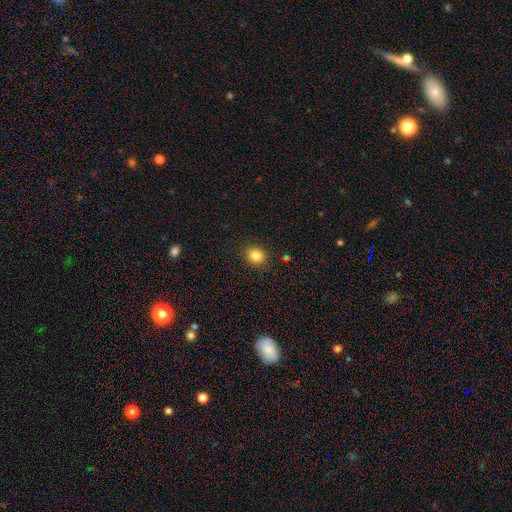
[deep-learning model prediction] Q: Smooth or featured?
A: smooth (84%); runner-up: star or artifact (11%)
Q: How rounded?
A: round (62%); runner-up: in between (37%)
Q: Merging?
A: none (88%); runner-up: minor disturbance (8%)